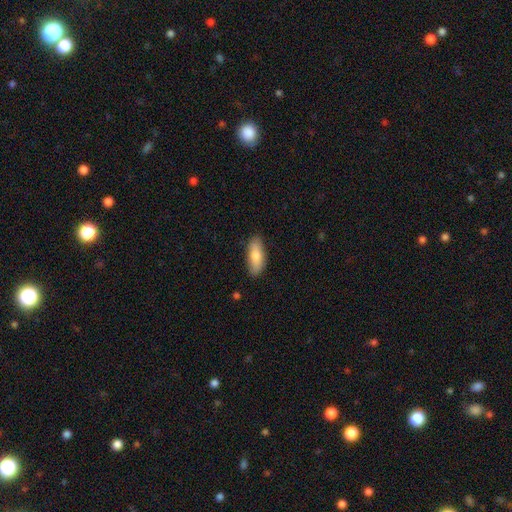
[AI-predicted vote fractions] Smooth or featured? Predicted: smooth (p=0.77). How rounded? Predicted: in between (p=0.71). Merging? Predicted: none (p=0.85).